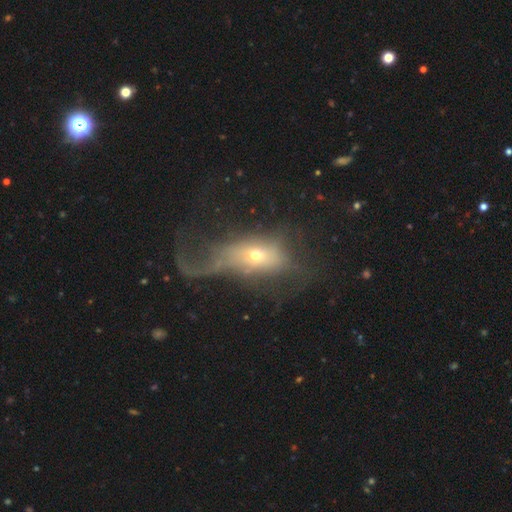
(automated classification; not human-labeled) Morphology: type=featured or disk (51%); edge-on=no (84%); merging=major disturbance (61%).